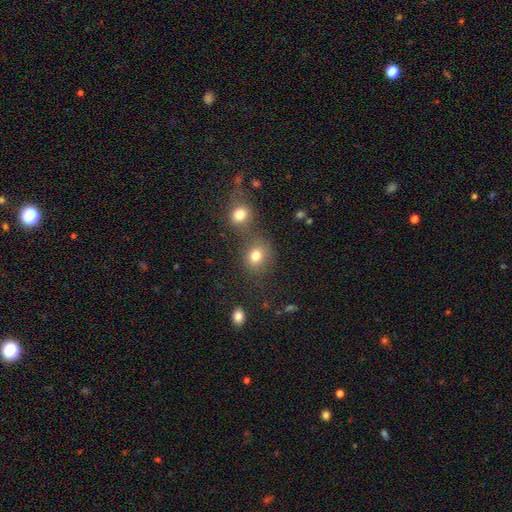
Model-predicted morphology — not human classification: smooth 79%, star or artifact 14%, featured or disk 8%. Down the decision tree: how rounded — round (71%); merging — none (58%).